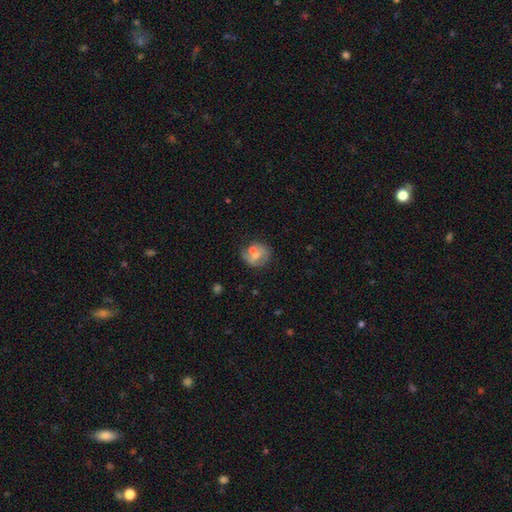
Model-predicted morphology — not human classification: type=featured or disk (42%, tied with smooth); merging=none (60%).